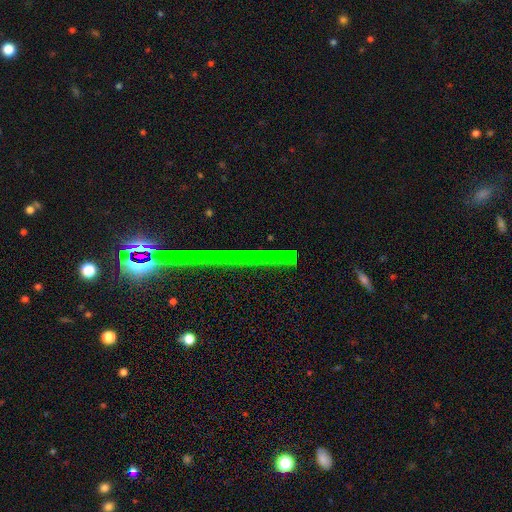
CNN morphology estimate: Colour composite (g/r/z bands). It shows a star or artifact, not a galaxy (77%).